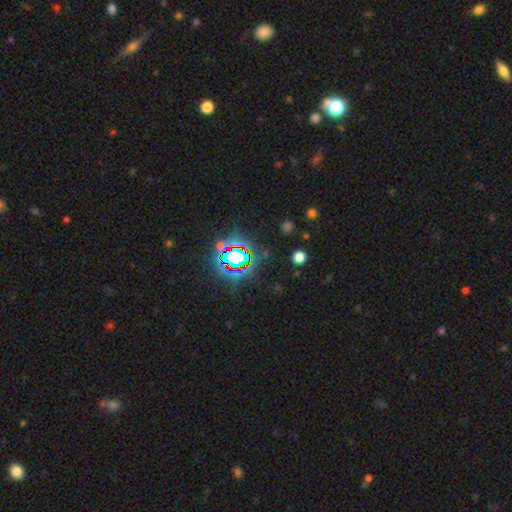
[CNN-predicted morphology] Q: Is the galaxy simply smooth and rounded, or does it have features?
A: star or artifact — 80%.